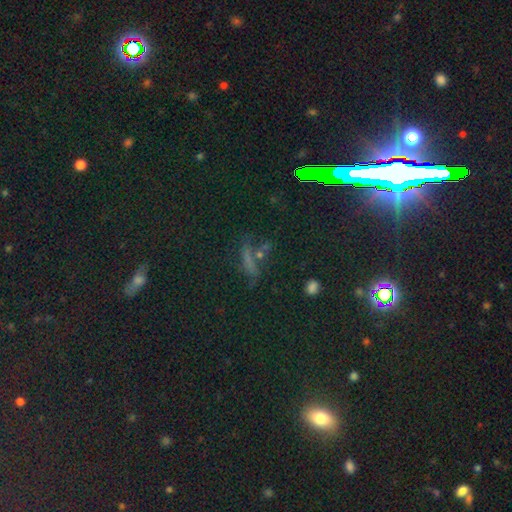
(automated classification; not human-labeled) Smooth or featured?
  - star or artifact: 58% *
  - smooth: 27%
  - featured or disk: 15%